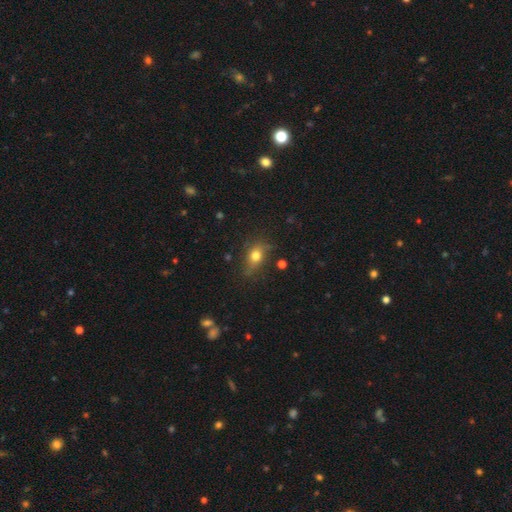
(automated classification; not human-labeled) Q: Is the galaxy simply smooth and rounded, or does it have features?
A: smooth — 72%.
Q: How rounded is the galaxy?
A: in between — 63%.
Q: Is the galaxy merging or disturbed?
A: none — 69%.